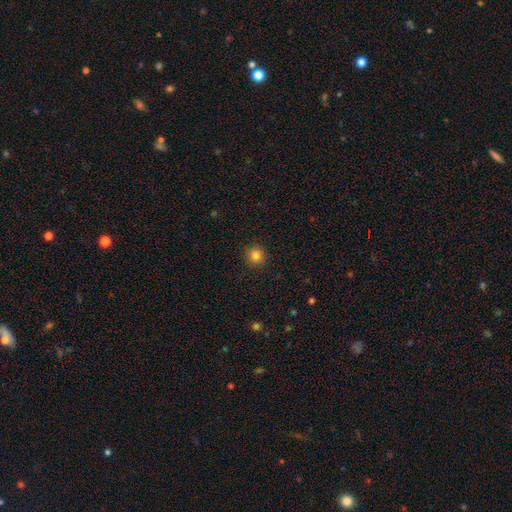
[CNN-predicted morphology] Q: Smooth or featured?
A: smooth (84%); runner-up: star or artifact (12%)
Q: How rounded?
A: round (93%); runner-up: in between (6%)
Q: Merging?
A: none (91%); runner-up: minor disturbance (6%)